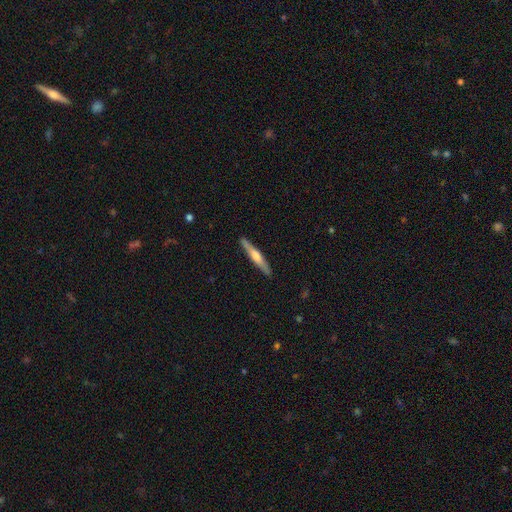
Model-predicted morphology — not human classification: type=featured or disk (56%); edge-on=yes (96%); edge-on bulge=rounded (76%); merging=none (90%).